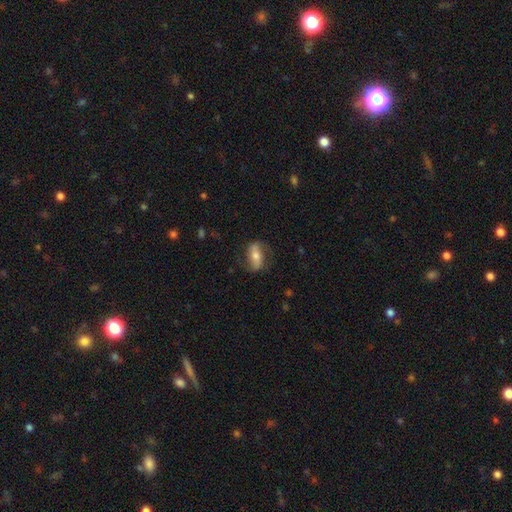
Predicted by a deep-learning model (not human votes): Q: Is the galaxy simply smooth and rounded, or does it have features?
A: featured or disk — 54%.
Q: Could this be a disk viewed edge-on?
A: no — 86%.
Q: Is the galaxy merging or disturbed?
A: none — 74%.